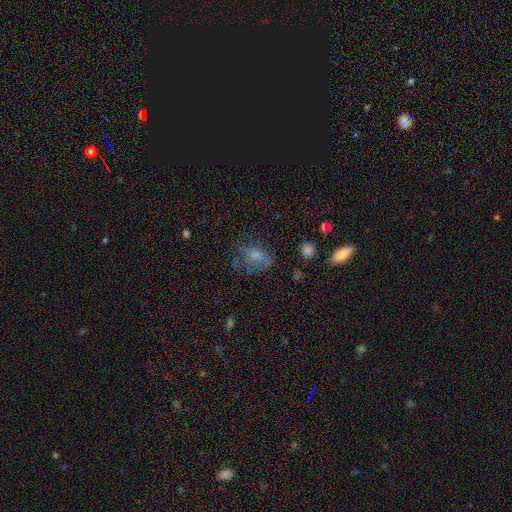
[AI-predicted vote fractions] Smooth or featured? Predicted: smooth (p=0.54). How rounded? Predicted: in between (p=0.69). Merging? Predicted: none (p=0.46).